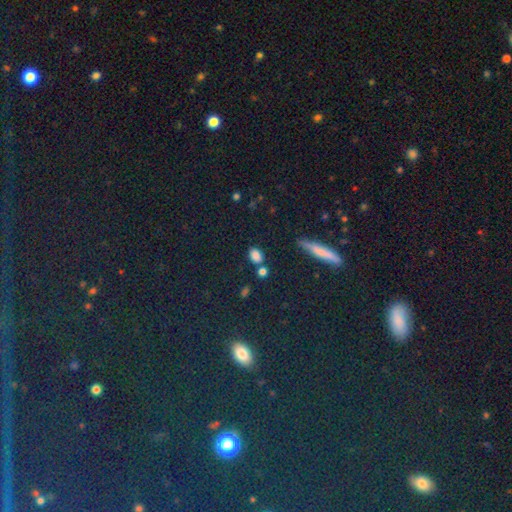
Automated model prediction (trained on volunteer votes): Smooth or featured? smooth (82%)
How rounded? in between (75%)
Merging? none (72%)